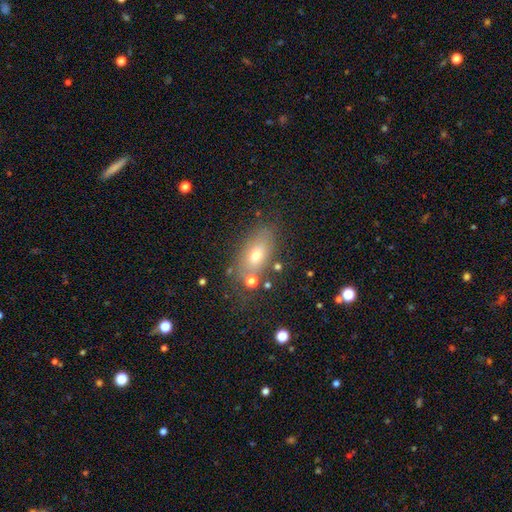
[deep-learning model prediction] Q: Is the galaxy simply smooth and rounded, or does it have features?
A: smooth — 64%.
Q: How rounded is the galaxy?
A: in between — 82%.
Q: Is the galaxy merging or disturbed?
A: none — 71%.